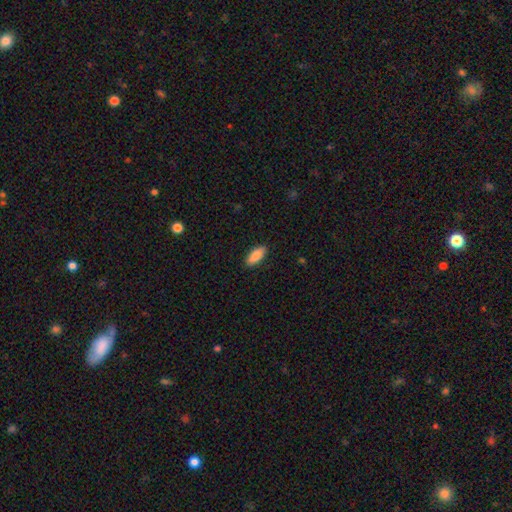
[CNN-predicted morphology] A smooth galaxy with no disk features (88%) that is in between round and cigar-shaped (82%).

Vote fractions:
- Smooth or featured? smooth: 88% / star or artifact: 6% / featured or disk: 6%
- How rounded? in between: 82% / cigar-shaped: 16% / round: 2%
- Merging? none: 89% / minor disturbance: 8% / major disturbance: 2% / merger: 1%